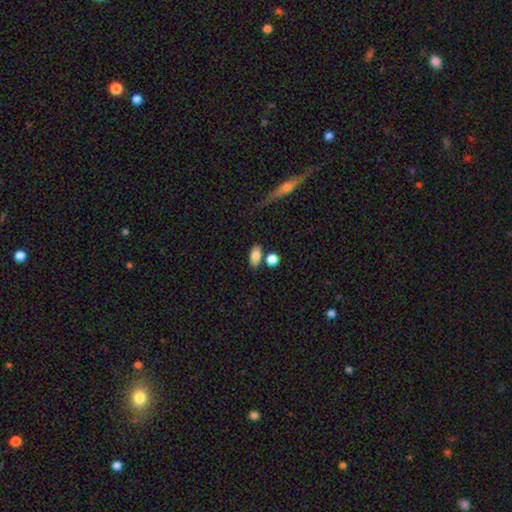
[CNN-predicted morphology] A smooth galaxy with no disk features (82%) that is in between round and cigar-shaped (86%). Merging: none (69%).